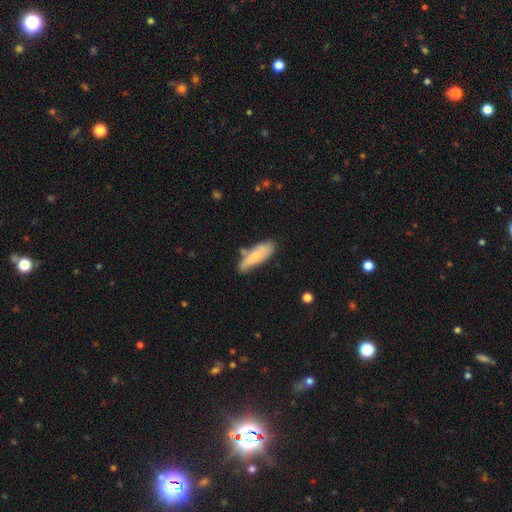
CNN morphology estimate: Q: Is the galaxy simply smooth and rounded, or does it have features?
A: smooth — 72%.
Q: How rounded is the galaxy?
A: cigar-shaped — 50%.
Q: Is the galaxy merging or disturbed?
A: none — 59%.